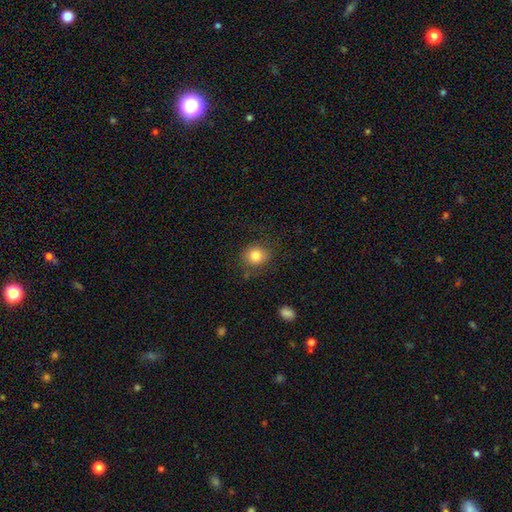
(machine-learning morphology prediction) The model was most divided on "how rounded": round: 78%, in between: 21%, cigar-shaped: 1%. More confident: smooth or featured — smooth (82%); merging — none (81%).